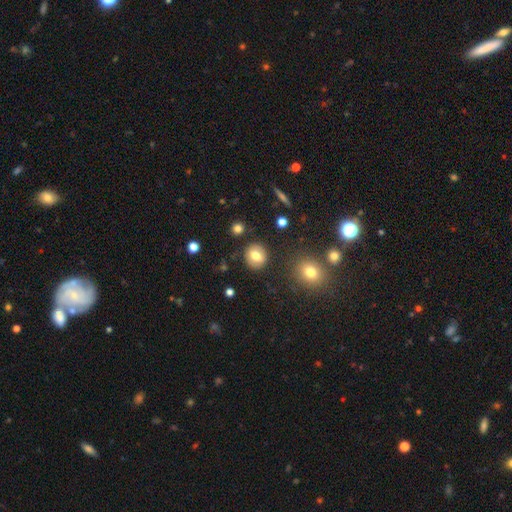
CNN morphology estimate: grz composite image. It shows a smooth galaxy with no disk features (76%) that is round (80%). Merging: none (88%).